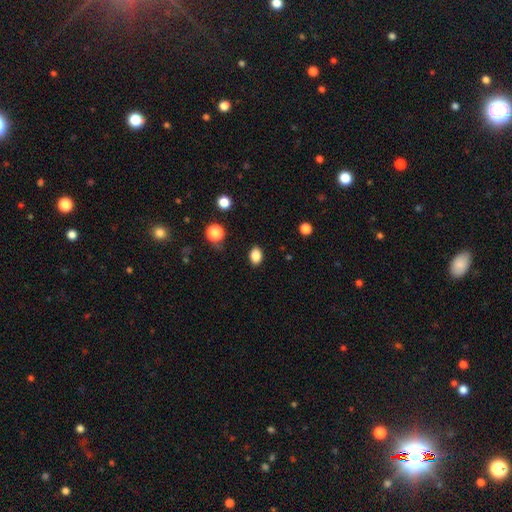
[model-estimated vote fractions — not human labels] A smooth galaxy with no disk features (86%) that is in between round and cigar-shaped (73%).

Vote fractions:
- Smooth or featured? smooth: 86% / star or artifact: 10% / featured or disk: 4%
- How rounded? in between: 73% / round: 26% / cigar-shaped: 1%
- Merging? none: 86% / minor disturbance: 10% / major disturbance: 3% / merger: 1%